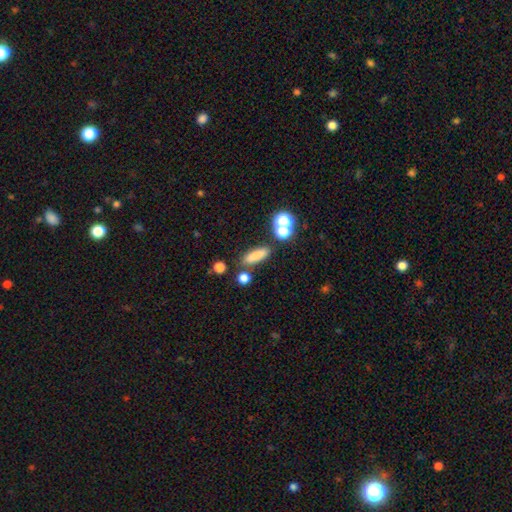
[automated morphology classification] This is likely a smooth galaxy (79%). How rounded: possibly cigar-shaped (57%). Merging: likely none (75%).